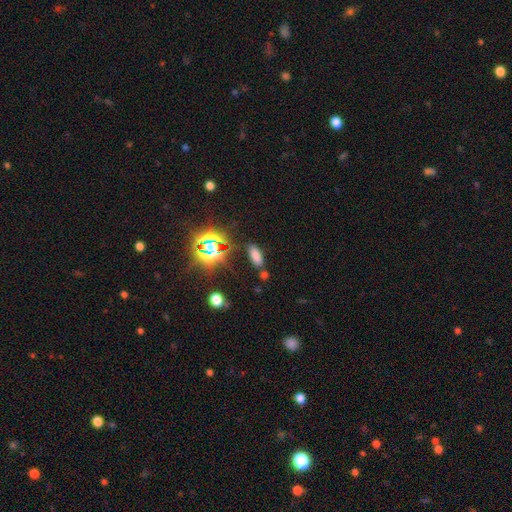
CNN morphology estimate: Smooth or featured? smooth (65%)
How rounded? in between (79%)
Merging? none (78%)